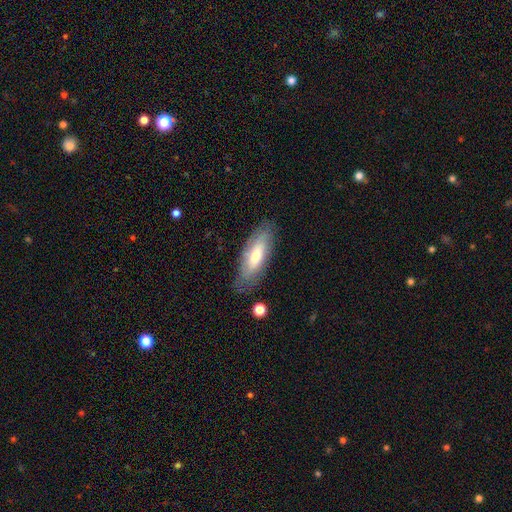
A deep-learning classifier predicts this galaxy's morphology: smooth 63%, featured or disk 31%, star or artifact 7%. Down the decision tree: how rounded — in between (67%); merging — none (76%).